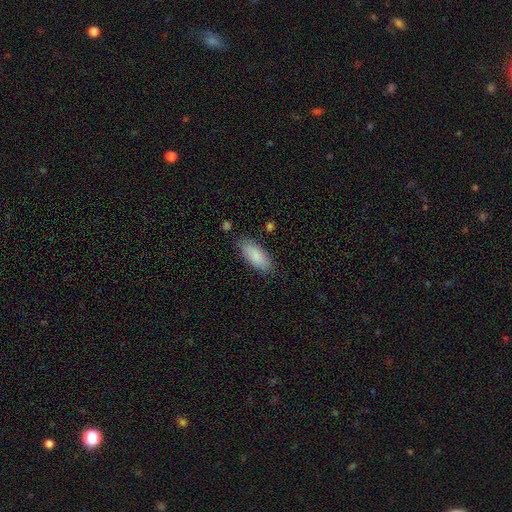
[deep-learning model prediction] A smooth galaxy with no disk features (86%) that is in between round and cigar-shaped (80%). Merging: none (83%).